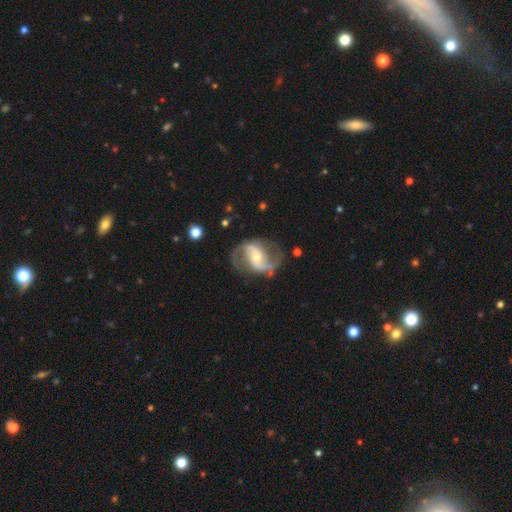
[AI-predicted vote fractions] Morphology: type=featured or disk (87%); edge-on=no (97%); bar=weak (40%); spiral arms=yes (94%); winding=medium (47%); arm count=2 (91%); bulge=moderate (51%); merging=none (72%).